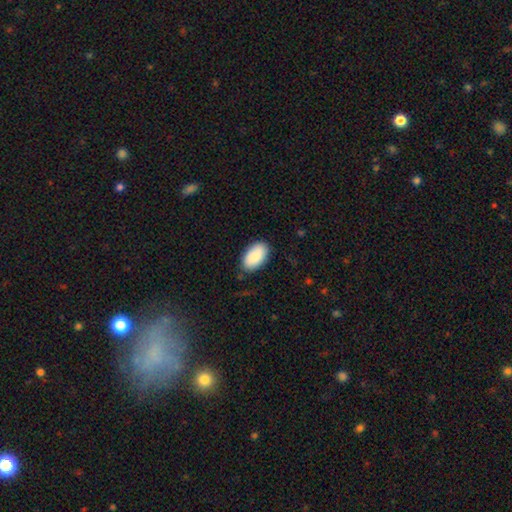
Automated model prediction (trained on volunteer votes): A smooth galaxy with no disk features (86%) that is in between round and cigar-shaped (95%).

Vote fractions:
- Smooth or featured? smooth: 86% / featured or disk: 8% / star or artifact: 6%
- How rounded? in between: 95% / round: 4% / cigar-shaped: 1%
- Merging? none: 84% / minor disturbance: 12% / major disturbance: 3% / merger: 1%